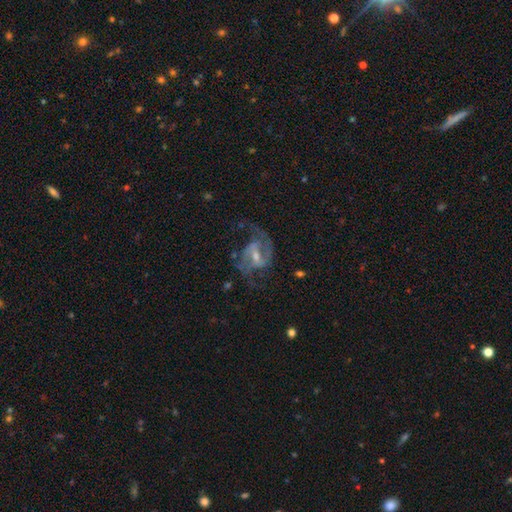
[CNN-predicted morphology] This is clearly a featured or disk galaxy (86%). It is clearly not viewed edge-on (97%). Bar: possibly weak (53%). Spiral arm pattern: clearly yes (95%). Spiral arm count: clearly 2 (84%). Spiral winding: possibly medium (53%). Central bulge: possibly small (47%). Merging: likely none (63%).